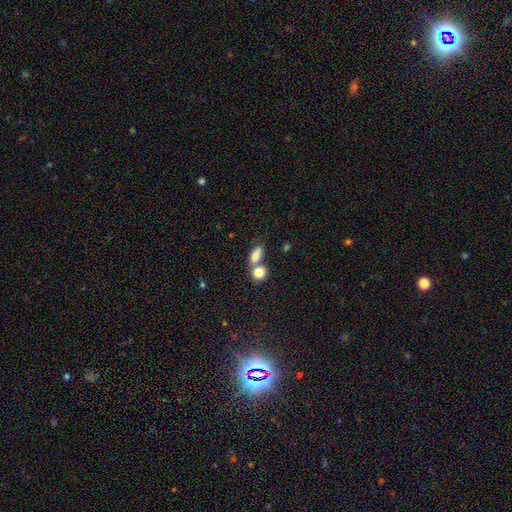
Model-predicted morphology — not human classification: A smooth galaxy with no disk features (82%) that is in between round and cigar-shaped (71%). Merging: merger (48%).